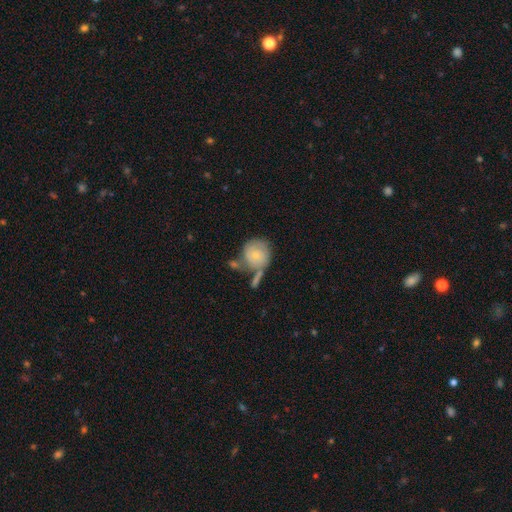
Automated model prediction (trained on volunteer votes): smooth 55%, featured or disk 38%, star or artifact 7%. Down the decision tree: how rounded — round (84%); merging — none (45%).